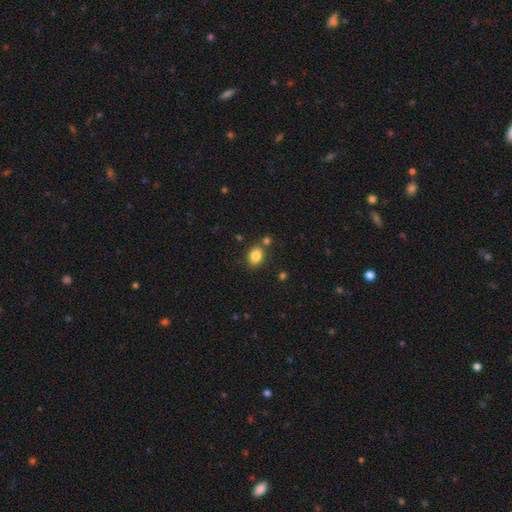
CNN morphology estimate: type=smooth (84%); roundness=in between (68%); merging=none (74%).